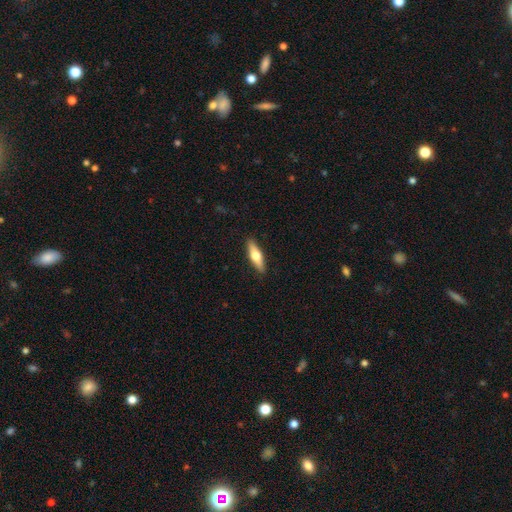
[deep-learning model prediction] Smooth or featured: smooth — 50% (featured or disk — 45%)
Merging: none — 90% (minor disturbance — 8%)